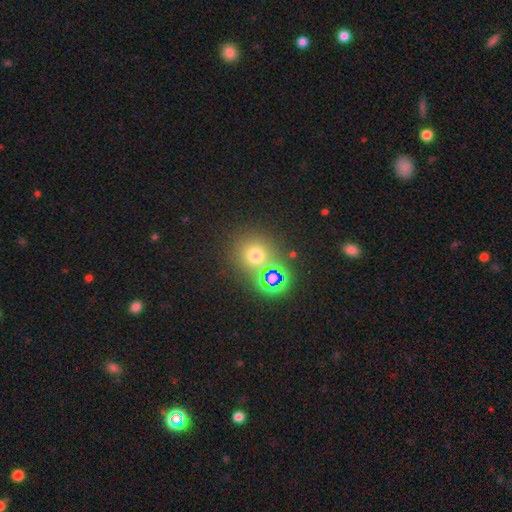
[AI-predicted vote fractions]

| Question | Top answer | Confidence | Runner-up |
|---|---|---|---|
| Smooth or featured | smooth | 61% | star or artifact (30%) |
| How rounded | round | 89% | in between (10%) |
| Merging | none | 74% | merger (14%) |